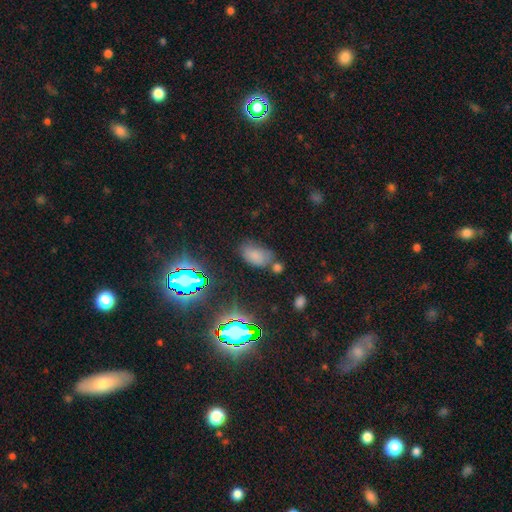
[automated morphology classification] type=smooth (67%); roundness=in between (91%); merging=none (58%).